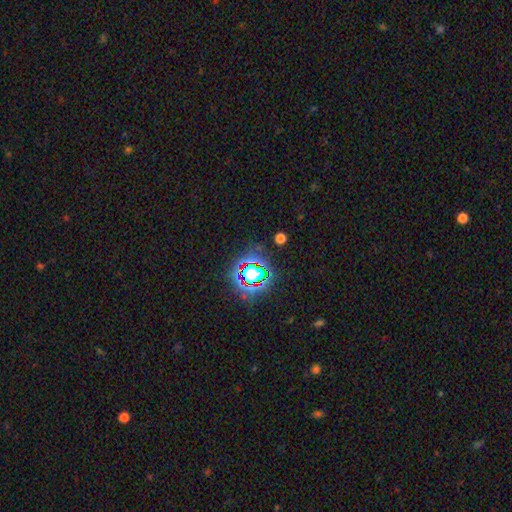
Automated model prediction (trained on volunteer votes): smooth-or-featured: star or artifact: 78% | smooth: 14% | featured or disk: 8%